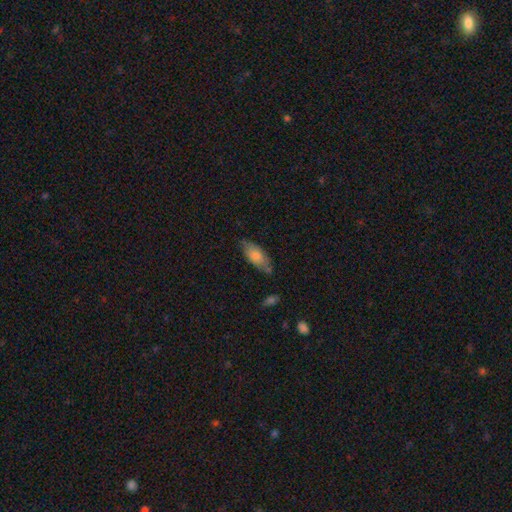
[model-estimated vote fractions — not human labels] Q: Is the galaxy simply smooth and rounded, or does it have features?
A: smooth — 70%.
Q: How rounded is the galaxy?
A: in between — 85%.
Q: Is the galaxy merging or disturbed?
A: none — 62%.